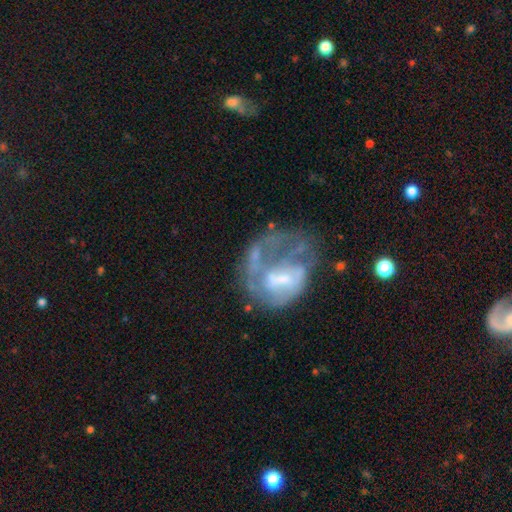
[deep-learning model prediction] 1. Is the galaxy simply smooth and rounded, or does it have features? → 67% featured or disk, 22% smooth, 11% star or artifact.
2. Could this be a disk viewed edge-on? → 97% no, 3% yes.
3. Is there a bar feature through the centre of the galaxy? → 54% no, 36% weak, 10% strong.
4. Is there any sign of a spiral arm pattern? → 56% no, 44% yes.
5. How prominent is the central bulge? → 37% small, 32% moderate, 25% none, 5% large, 1% dominant.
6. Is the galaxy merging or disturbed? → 41% major disturbance, 32% none, 18% minor disturbance, 9% merger.